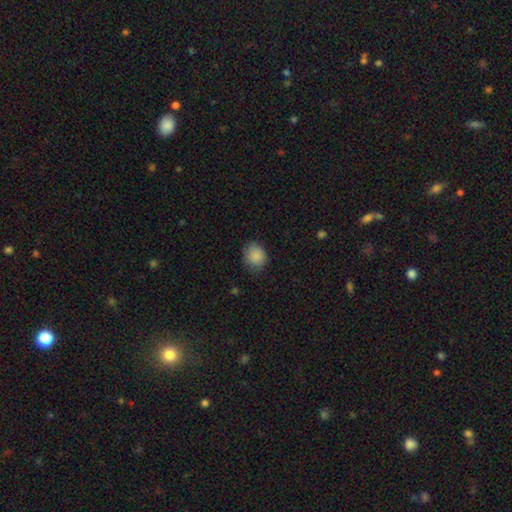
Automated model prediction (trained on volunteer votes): Overall: smooth (88%). How rounded: round (68%; in between 31%). Merging: none (77%).